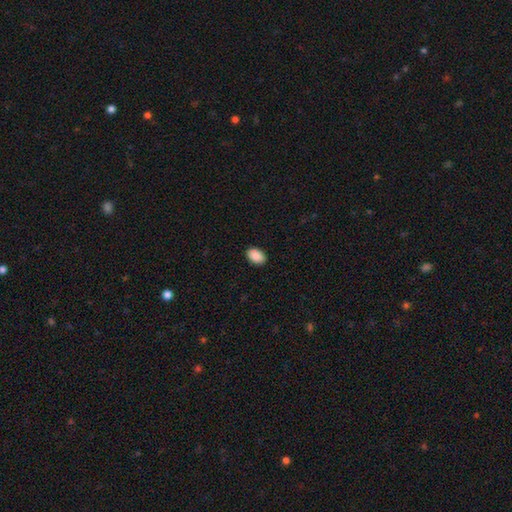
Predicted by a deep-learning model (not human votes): Morphology: type=smooth (91%); roundness=in between (88%); merging=none (89%).